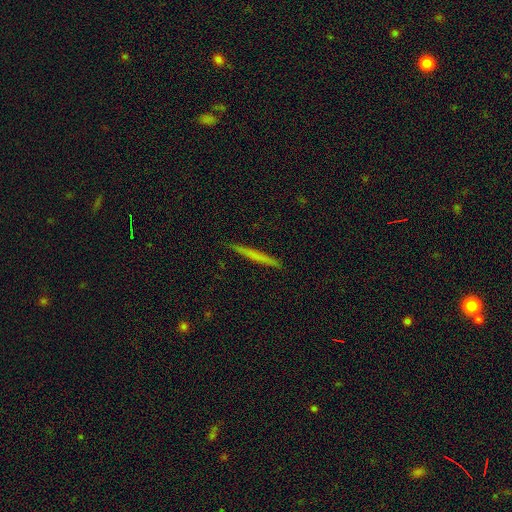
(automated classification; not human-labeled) smooth-or-featured: smooth: 55% | featured or disk: 39% | star or artifact: 6%
  how-rounded: cigar-shaped: 97% | in between: 2% | round: 2%
  merging: none: 92% | minor disturbance: 6% | major disturbance: 1% | merger: 1%